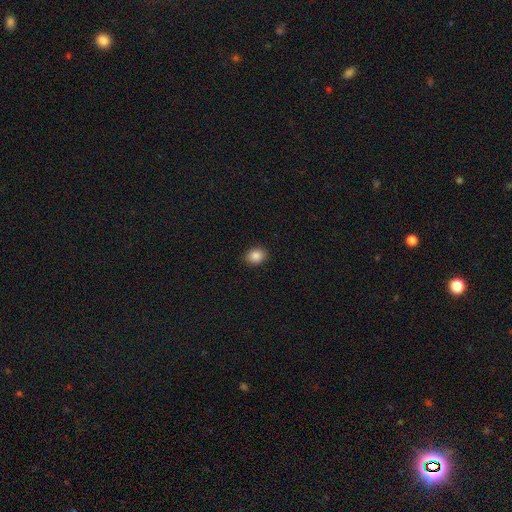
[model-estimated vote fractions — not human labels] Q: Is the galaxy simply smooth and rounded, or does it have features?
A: smooth — 87%.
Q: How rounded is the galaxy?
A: in between — 57%.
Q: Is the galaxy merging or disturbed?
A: none — 90%.